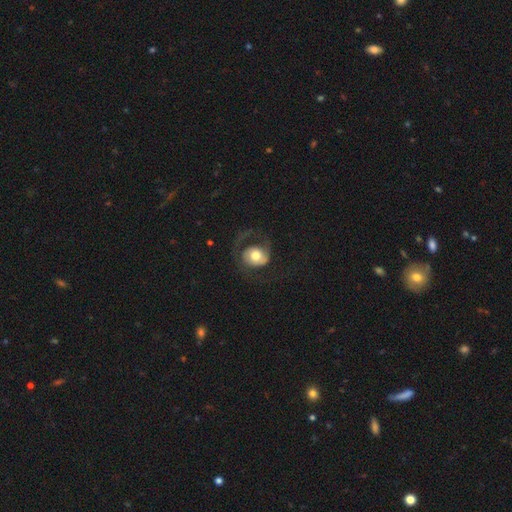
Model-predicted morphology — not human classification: Smooth or featured? Predicted: featured or disk (p=0.54). Edge-on disk? Predicted: no (p=0.97). Bar? Predicted: no (p=0.75). Spiral arms? Predicted: yes (p=0.80). Bulge size? Predicted: moderate (p=0.55). Merging? Predicted: none (p=0.46).